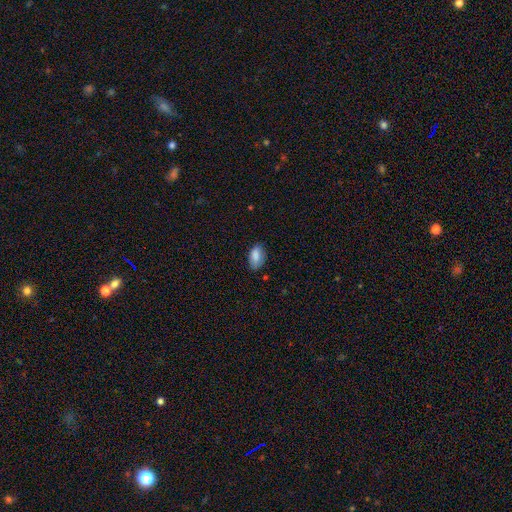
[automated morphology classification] type=smooth (85%); roundness=in between (92%); merging=none (73%).